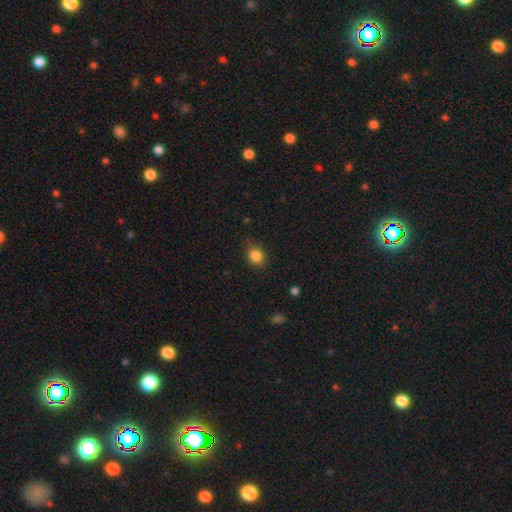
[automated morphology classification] smooth 85%, star or artifact 10%, featured or disk 5%. Down the decision tree: how rounded — round (69%); merging — none (79%).